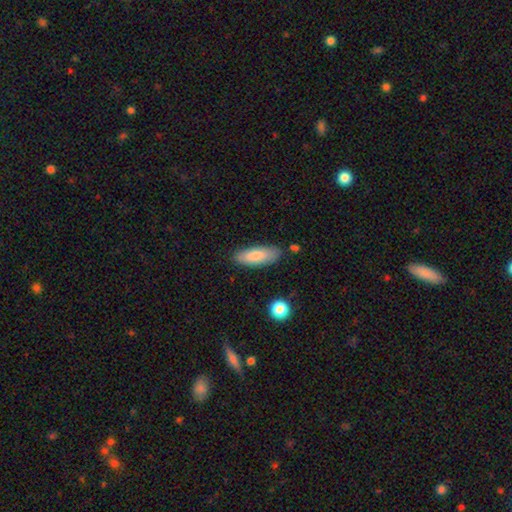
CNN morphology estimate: Smooth or featured?
  - smooth: 83% *
  - featured or disk: 12%
  - star or artifact: 6%
How rounded?
  - in between: 65% *
  - cigar-shaped: 33%
  - round: 2%
Merging?
  - none: 81% *
  - minor disturbance: 14%
  - merger: 3%
  - major disturbance: 3%